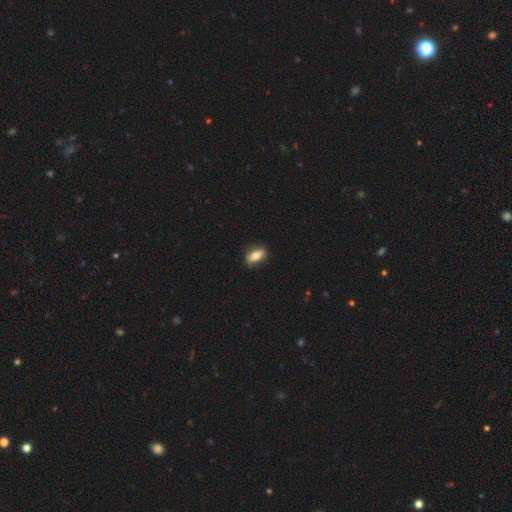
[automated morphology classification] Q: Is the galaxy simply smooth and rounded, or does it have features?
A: smooth — 77%.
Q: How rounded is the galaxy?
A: in between — 82%.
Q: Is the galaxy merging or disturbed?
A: none — 85%.